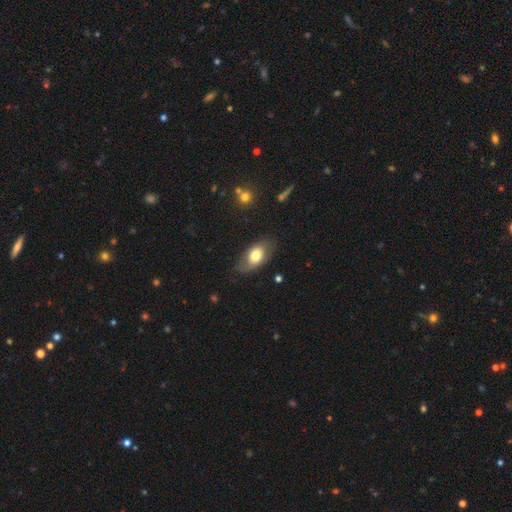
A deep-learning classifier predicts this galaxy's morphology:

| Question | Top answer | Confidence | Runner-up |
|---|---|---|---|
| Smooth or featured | smooth | 66% | featured or disk (27%) |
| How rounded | in between | 89% | round (8%) |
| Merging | none | 73% | minor disturbance (19%) |